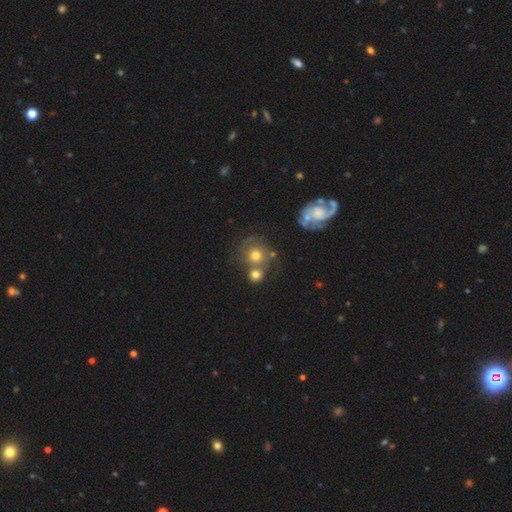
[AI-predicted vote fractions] Smooth or featured? Predicted: smooth (p=0.54). How rounded? Predicted: round (p=0.85). Merging? Predicted: none (p=0.48).